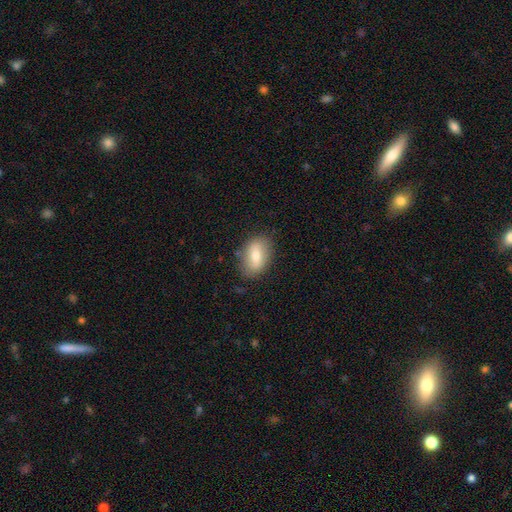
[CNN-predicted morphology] smooth-or-featured: smooth: 66% | featured or disk: 27% | star or artifact: 7%
  how-rounded: in between: 87% | round: 11% | cigar-shaped: 2%
  merging: none: 80% | minor disturbance: 14% | major disturbance: 4% | merger: 2%